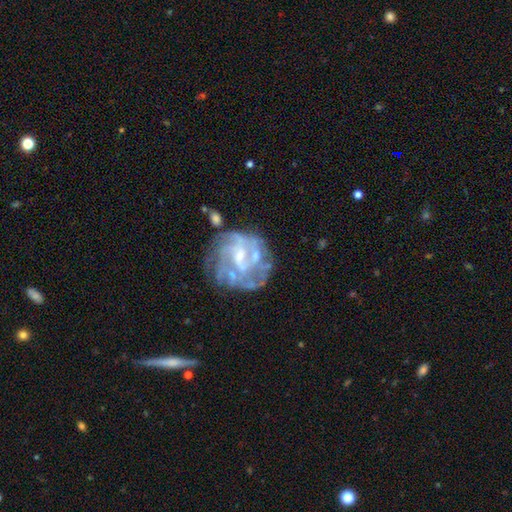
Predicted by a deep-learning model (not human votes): smooth_or_featured: featured or disk (p=0.77) [alt: smooth p=0.13]
disk_edge_on: no (p=0.98) [alt: yes p=0.02]
bar: no (p=0.58) [alt: weak p=0.34]
has_spiral_arms: yes (p=0.67) [alt: no p=0.33]
spiral_winding: tight (p=0.41) [alt: medium p=0.38]
spiral_arm_count: can't tell (p=0.43) [alt: 3 p=0.18]
bulge_size: small (p=0.60) [alt: moderate p=0.24]
merging: none (p=0.49) [alt: major disturbance p=0.23]